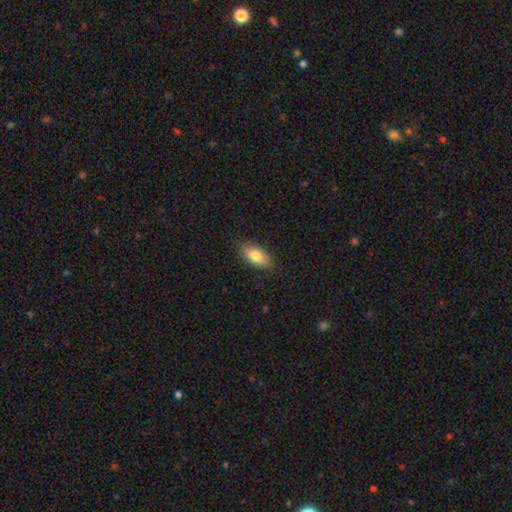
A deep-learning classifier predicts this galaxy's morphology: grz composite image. It shows a smooth galaxy with no disk features (79%) that is in between round and cigar-shaped (88%). Merging: none (85%).